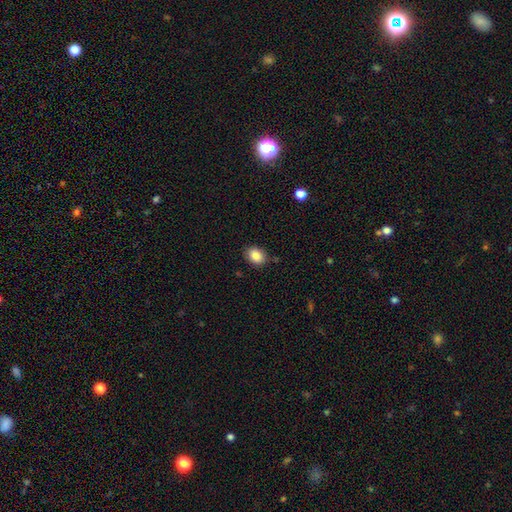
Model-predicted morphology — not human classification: A smooth galaxy with no disk features (86%) that is in between round and cigar-shaped (68%). Merging: none (85%).